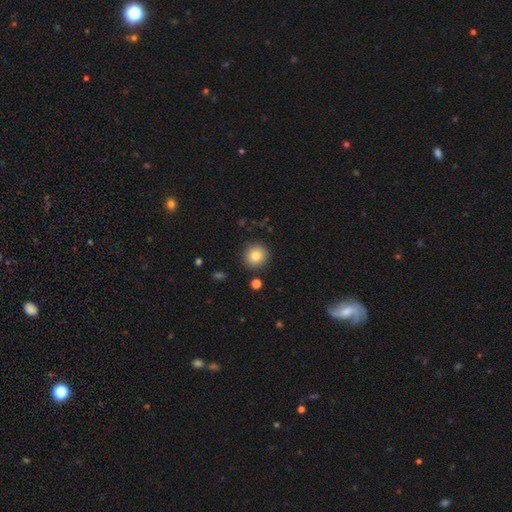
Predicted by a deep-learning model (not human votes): The model was most divided on "smooth or featured": smooth: 79%, star or artifact: 11%, featured or disk: 10%. More confident: how rounded — round (93%); merging — none (89%).